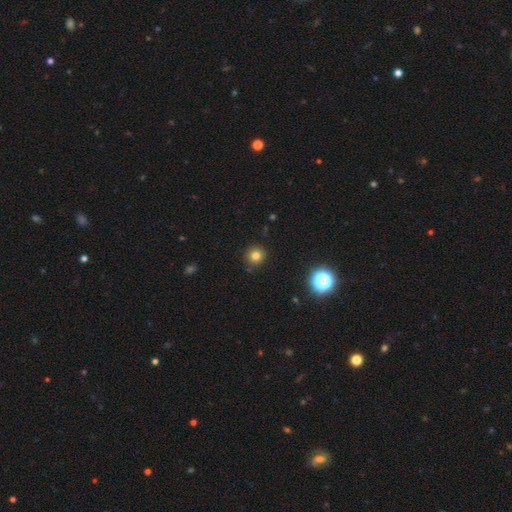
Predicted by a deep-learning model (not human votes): Q: Smooth or featured?
A: smooth (78%); runner-up: star or artifact (16%)
Q: How rounded?
A: round (93%); runner-up: in between (6%)
Q: Merging?
A: none (89%); runner-up: minor disturbance (7%)